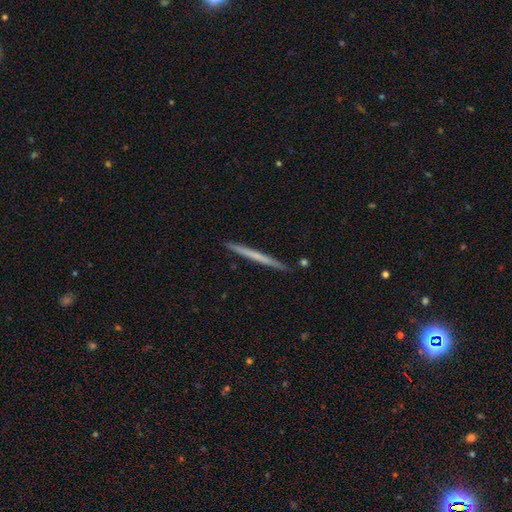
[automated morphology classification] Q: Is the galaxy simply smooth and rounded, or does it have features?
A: smooth — 51%.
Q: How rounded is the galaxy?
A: cigar-shaped — 97%.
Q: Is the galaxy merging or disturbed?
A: none — 92%.